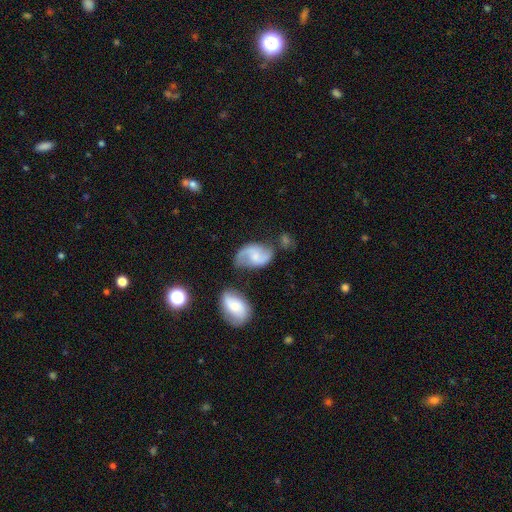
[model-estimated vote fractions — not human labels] smooth-or-featured: featured or disk: 70% | smooth: 23% | star or artifact: 7%
  disk-edge-on: no: 97% | yes: 3%
    bar: weak: 45% | no: 44% | strong: 11%
    has-spiral-arms: yes: 92% | no: 8%
      spiral-winding: loose: 57% | medium: 34% | tight: 9%
      spiral-arm-count: 2: 89% | can't tell: 4% | 1: 3% | 3: 1% | 4: 1% | more than 4: 1%
    bulge-size: small: 40% | moderate: 28% | none: 26% | large: 4% | dominant: 2%
  merging: none: 53% | minor disturbance: 23% | merger: 14% | major disturbance: 10%